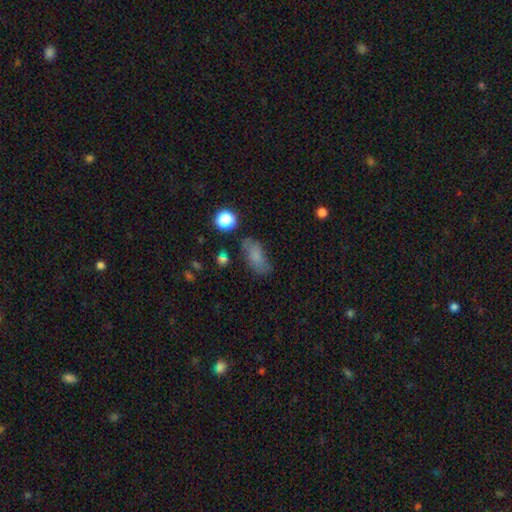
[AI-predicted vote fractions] This appears to be a smooth galaxy with no disk features (75%) that is in between round and cigar-shaped (86%). Merging: none (64%).